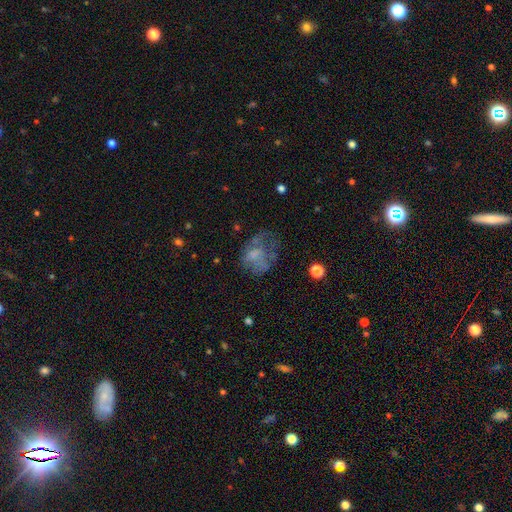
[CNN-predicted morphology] Smooth or featured? smooth (46%)
Merging? major disturbance (44%)